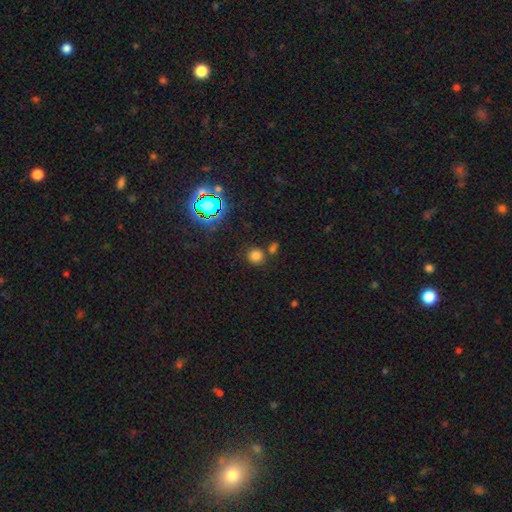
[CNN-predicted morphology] Smooth or featured?
  - smooth: 72% *
  - star or artifact: 22%
  - featured or disk: 6%
How rounded?
  - round: 90% *
  - in between: 9%
  - cigar-shaped: 1%
Merging?
  - none: 73% *
  - merger: 15%
  - minor disturbance: 9%
  - major disturbance: 4%